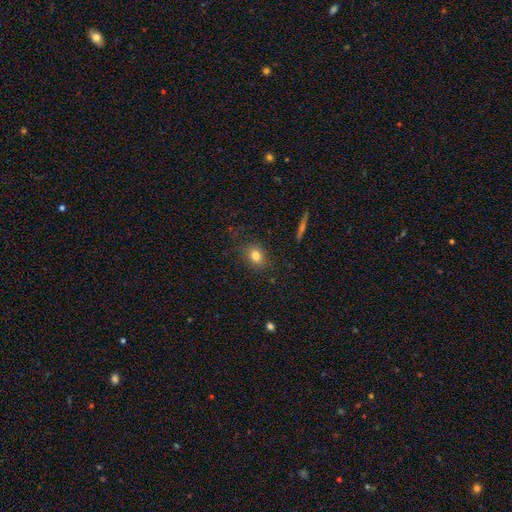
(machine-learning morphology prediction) This is likely a smooth galaxy (79%). How rounded: possibly round (51%). Merging: clearly none (82%).